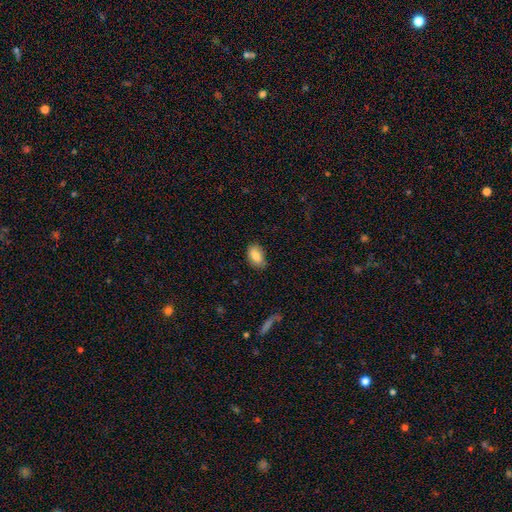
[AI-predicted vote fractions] Smooth or featured?
  - smooth: 86% *
  - star or artifact: 7%
  - featured or disk: 7%
How rounded?
  - in between: 92% *
  - round: 7%
  - cigar-shaped: 2%
Merging?
  - none: 79% *
  - minor disturbance: 17%
  - major disturbance: 3%
  - merger: 1%